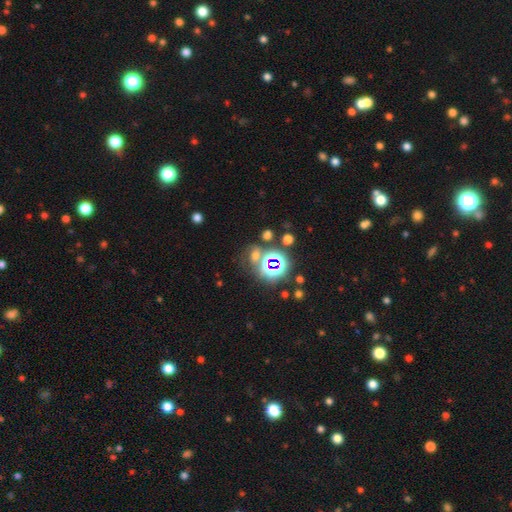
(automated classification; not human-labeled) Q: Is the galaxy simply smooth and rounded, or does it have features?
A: star or artifact — 54%.